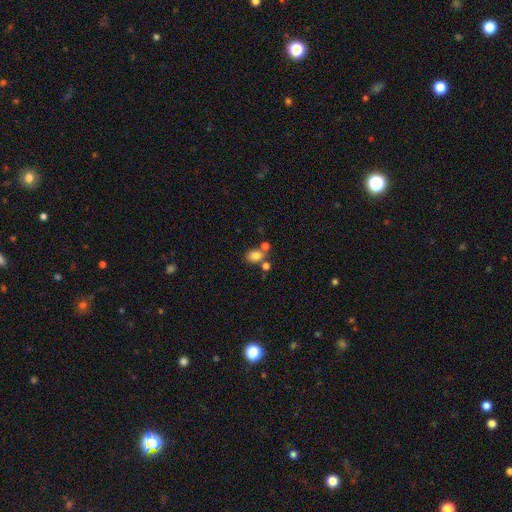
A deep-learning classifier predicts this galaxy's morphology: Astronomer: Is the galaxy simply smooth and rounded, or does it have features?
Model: smooth — 79%.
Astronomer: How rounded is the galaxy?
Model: in between — 66%.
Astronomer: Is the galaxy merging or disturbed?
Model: none — 51% (runner-up: merger, 31%).